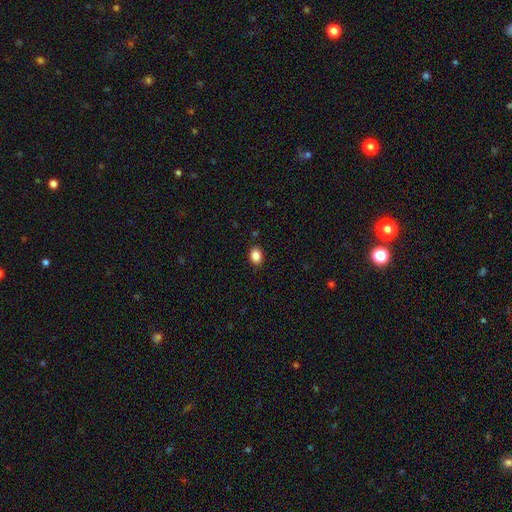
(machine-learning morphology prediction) smooth_or_featured: smooth (p=0.87) [alt: star or artifact p=0.09]
how_rounded: in between (p=0.65) [alt: round p=0.34]
merging: none (p=0.89) [alt: minor disturbance p=0.08]